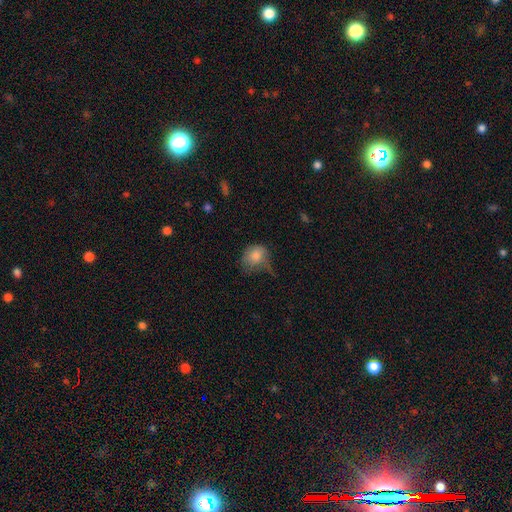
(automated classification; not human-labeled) A smooth galaxy with no disk features (80%) that is round (59%). Merging: none (37%).